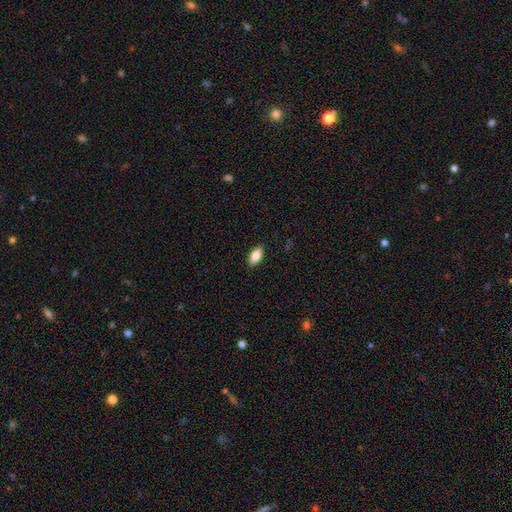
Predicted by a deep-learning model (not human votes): Overall: smooth (85%). How rounded: in between (87%). Merging: none (89%).